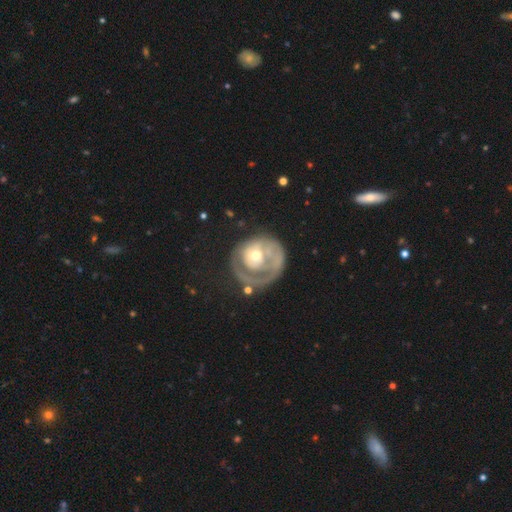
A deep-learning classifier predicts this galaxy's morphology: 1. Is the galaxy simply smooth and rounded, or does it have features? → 68% featured or disk, 26% smooth, 6% star or artifact.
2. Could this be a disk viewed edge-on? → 97% no, 3% yes.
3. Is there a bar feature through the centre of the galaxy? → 82% no, 14% weak, 3% strong.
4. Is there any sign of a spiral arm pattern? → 55% yes, 45% no.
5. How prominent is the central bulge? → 53% moderate, 37% small, 6% large, 2% none, 1% dominant.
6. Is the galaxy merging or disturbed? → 39% none, 34% major disturbance, 20% minor disturbance, 7% merger.